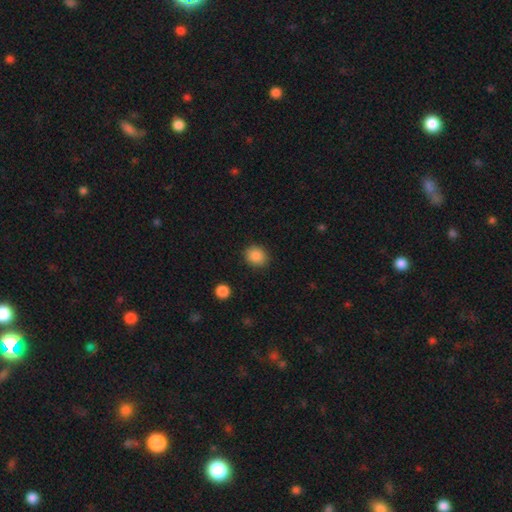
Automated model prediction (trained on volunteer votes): smooth_or_featured: smooth (p=0.87) [alt: star or artifact p=0.09]
how_rounded: round (p=0.70) [alt: in between p=0.29]
merging: none (p=0.88) [alt: minor disturbance p=0.08]